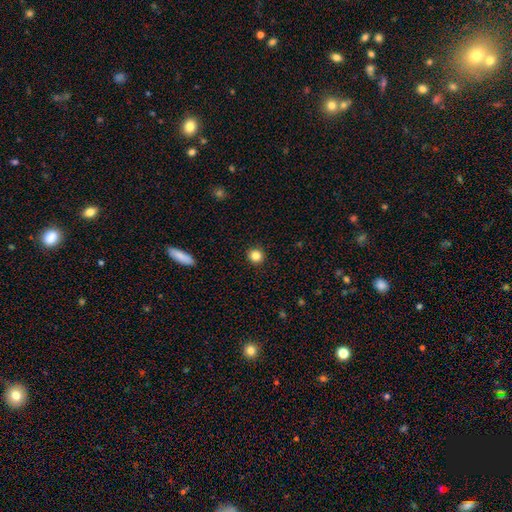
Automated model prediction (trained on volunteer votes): smooth 85%, star or artifact 11%, featured or disk 4%. Down the decision tree: how rounded — round (93%); merging — none (93%).